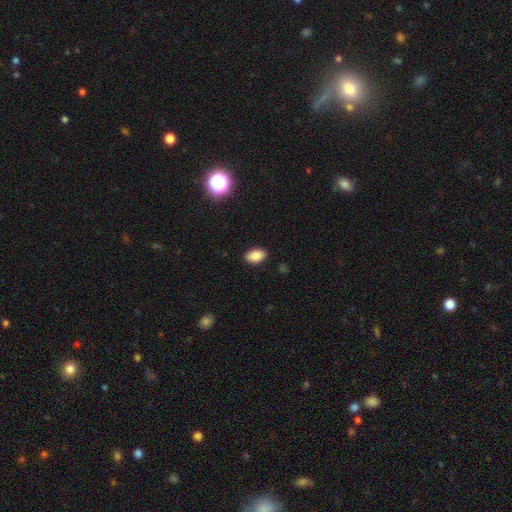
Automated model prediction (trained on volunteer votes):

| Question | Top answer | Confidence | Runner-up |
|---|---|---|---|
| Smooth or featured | smooth | 86% | star or artifact (10%) |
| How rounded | in between | 89% | round (9%) |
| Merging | none | 89% | minor disturbance (8%) |